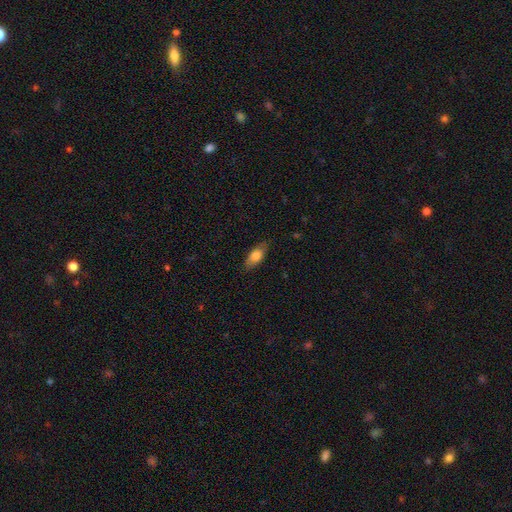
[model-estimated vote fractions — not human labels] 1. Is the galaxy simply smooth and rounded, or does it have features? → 75% smooth, 18% featured or disk, 7% star or artifact.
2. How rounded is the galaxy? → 79% in between, 17% cigar-shaped, 3% round.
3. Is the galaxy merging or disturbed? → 81% none, 15% minor disturbance, 3% major disturbance, 1% merger.